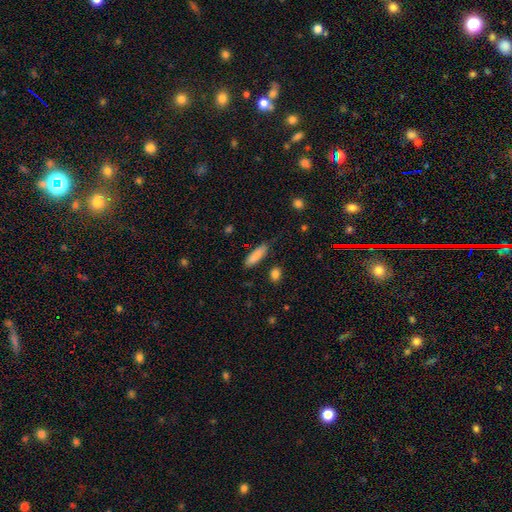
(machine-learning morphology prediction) Q: Smooth or featured?
A: smooth (86%); runner-up: star or artifact (7%)
Q: How rounded?
A: cigar-shaped (51%); runner-up: in between (47%)
Q: Merging?
A: none (78%); runner-up: minor disturbance (16%)